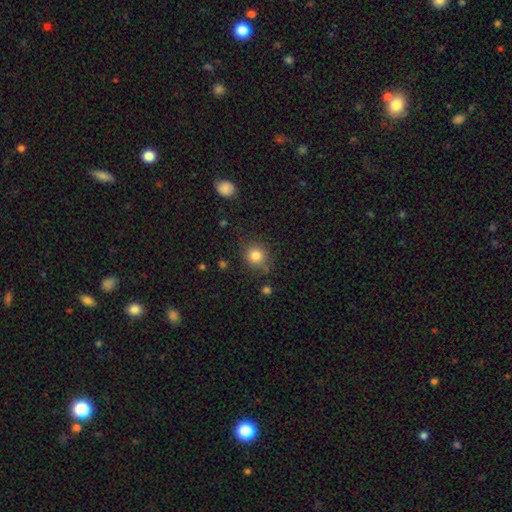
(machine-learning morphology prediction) Smooth or featured? Predicted: smooth (p=0.83). How rounded? Predicted: round (p=0.89). Merging? Predicted: none (p=0.80).